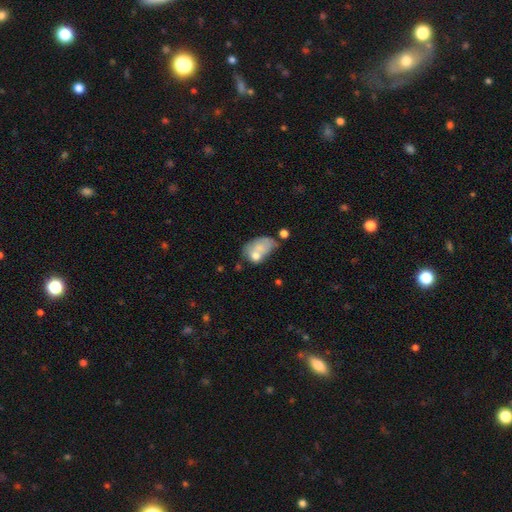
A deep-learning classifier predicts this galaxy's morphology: Smooth or featured? Predicted: smooth (p=0.59). How rounded? Predicted: in between (p=0.84). Merging? Predicted: merger (p=0.29).